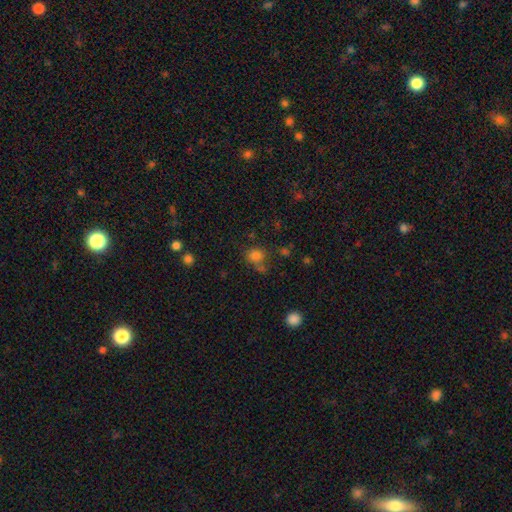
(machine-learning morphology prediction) Q: Smooth or featured?
A: smooth (76%); runner-up: star or artifact (16%)
Q: How rounded?
A: round (58%); runner-up: in between (40%)
Q: Merging?
A: none (53%); runner-up: minor disturbance (19%)